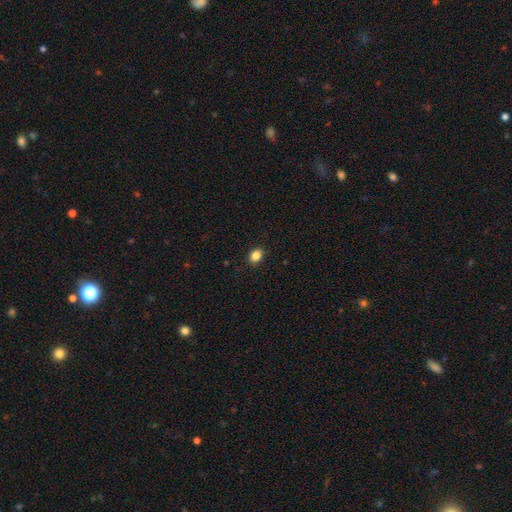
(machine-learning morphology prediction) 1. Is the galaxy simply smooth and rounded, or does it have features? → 85% smooth, 11% star or artifact, 4% featured or disk.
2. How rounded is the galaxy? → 50% in between, 49% round, 1% cigar-shaped.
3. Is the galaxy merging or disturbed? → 90% none, 8% minor disturbance, 2% major disturbance, 1% merger.